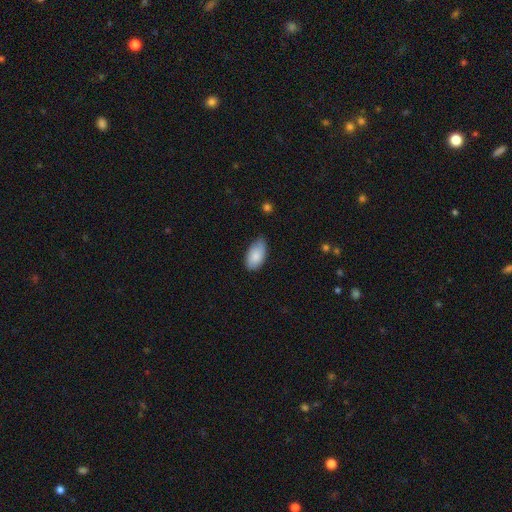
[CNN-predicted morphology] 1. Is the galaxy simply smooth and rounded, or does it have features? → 84% smooth, 9% featured or disk, 6% star or artifact.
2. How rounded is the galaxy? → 94% in between, 3% round, 2% cigar-shaped.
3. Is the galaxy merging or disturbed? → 62% none, 32% minor disturbance, 4% major disturbance, 1% merger.